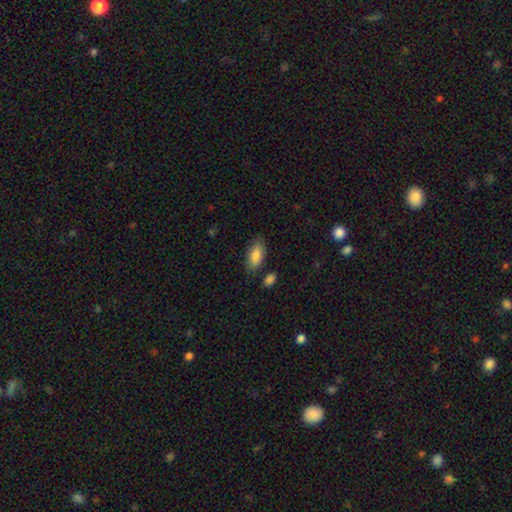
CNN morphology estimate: This is clearly a smooth galaxy (85%). How rounded: clearly in between (87%). Merging: likely none (78%).